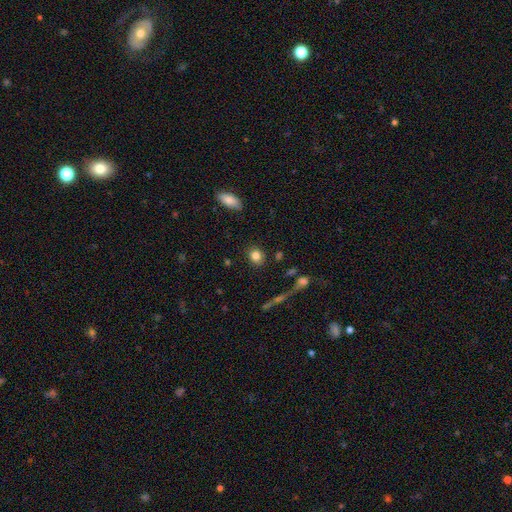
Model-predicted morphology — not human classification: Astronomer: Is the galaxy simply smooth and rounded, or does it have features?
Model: smooth — 83%.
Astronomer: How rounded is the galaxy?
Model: round — 68%.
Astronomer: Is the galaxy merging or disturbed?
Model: none — 88%.